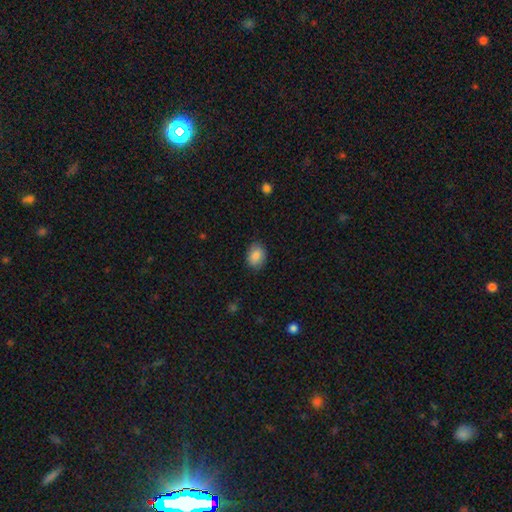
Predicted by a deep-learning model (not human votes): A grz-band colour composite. It shows a smooth galaxy with no disk features (86%) that is in between round and cigar-shaped (68%). Merging: none (86%).